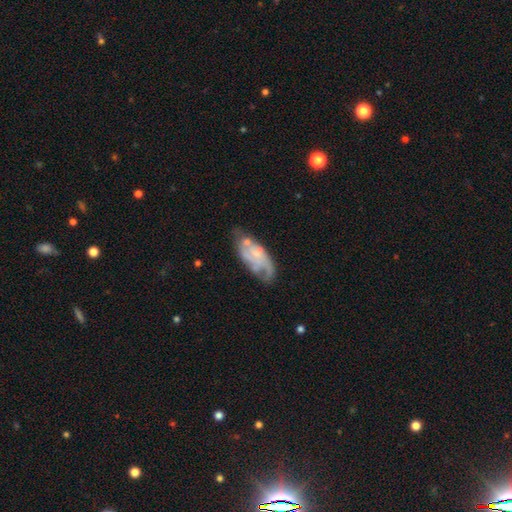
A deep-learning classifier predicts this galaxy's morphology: Smooth or featured?
  - featured or disk: 70% *
  - smooth: 24%
  - star or artifact: 6%
Edge-on disk?
  - no: 94% *
  - yes: 6%
Bar?
  - no: 72% *
  - weak: 24%
  - strong: 4%
Spiral arms?
  - yes: 83% *
  - no: 17%
Spiral winding?
  - medium: 43% *
  - tight: 35%
  - loose: 22%
Spiral arm count?
  - 2: 37% *
  - can't tell: 33%
  - 3: 16%
  - 1: 6%
  - 4: 5%
  - more than 4: 3%
Bulge size?
  - small: 59% *
  - none: 21%
  - moderate: 17%
  - large: 2%
  - dominant: 1%
Merging?
  - none: 51% *
  - minor disturbance: 26%
  - major disturbance: 15%
  - merger: 8%